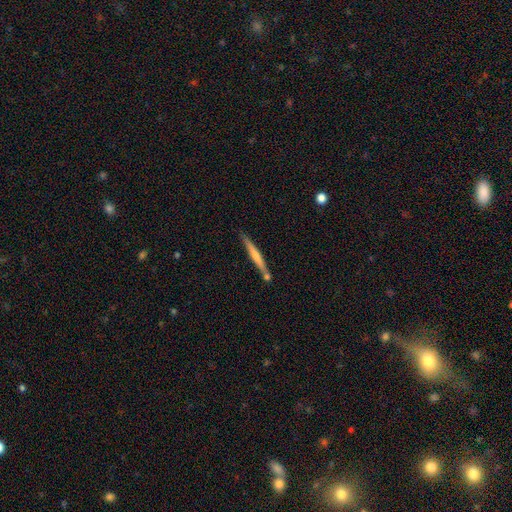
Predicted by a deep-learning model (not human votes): smooth-or-featured: smooth: 48% | featured or disk: 47% | star or artifact: 5%
  merging: none: 74% | minor disturbance: 12% | merger: 11% | major disturbance: 3%